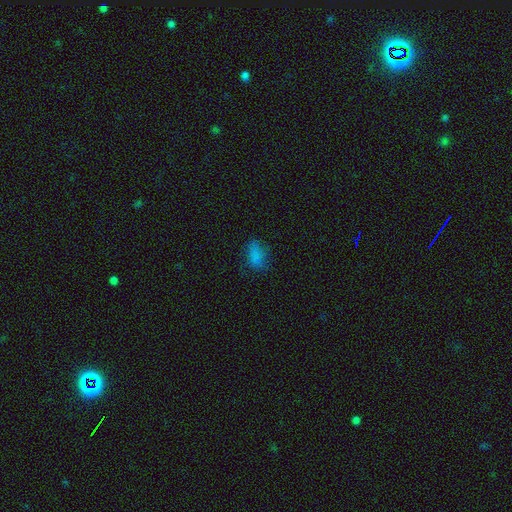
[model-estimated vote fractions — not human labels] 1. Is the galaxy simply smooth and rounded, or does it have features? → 76% smooth, 15% star or artifact, 8% featured or disk.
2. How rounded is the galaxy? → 87% in between, 8% round, 4% cigar-shaped.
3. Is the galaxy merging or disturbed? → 63% none, 24% minor disturbance, 11% major disturbance, 2% merger.